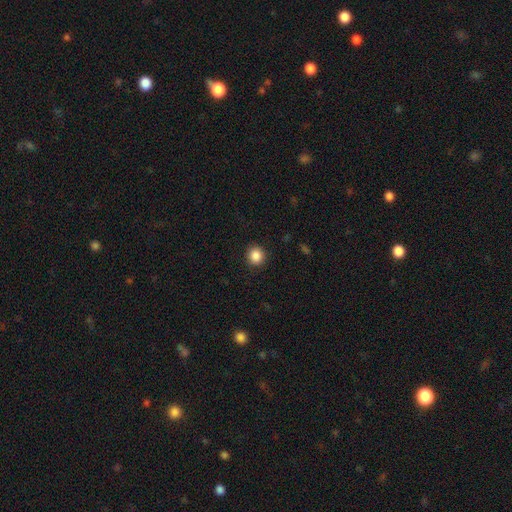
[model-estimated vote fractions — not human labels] Overall: smooth (87%). How rounded: round (90%). Merging: none (90%).